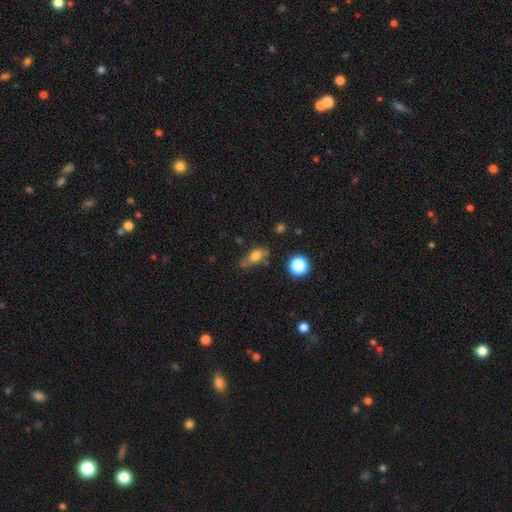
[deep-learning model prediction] Smooth or featured: smooth — 73% (featured or disk — 15%)
How rounded: in between — 74% (round — 16%)
Merging: none — 53% (minor disturbance — 30%)